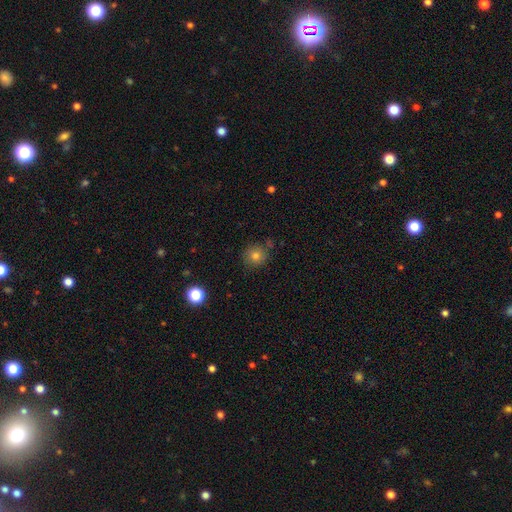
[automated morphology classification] A smooth galaxy with no disk features (78%) that is round (89%). Merging: none (80%).